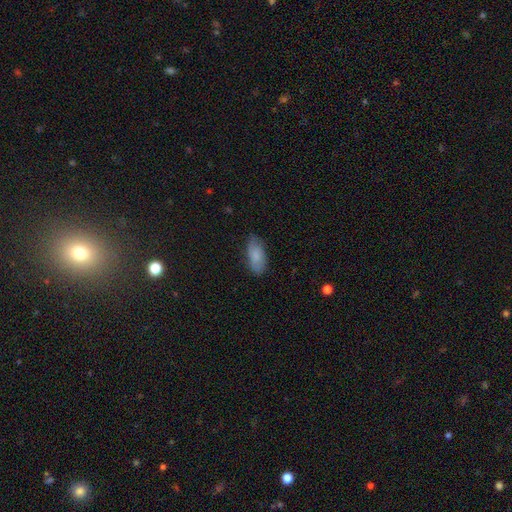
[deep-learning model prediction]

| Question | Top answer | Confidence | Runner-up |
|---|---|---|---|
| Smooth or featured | smooth | 83% | featured or disk (11%) |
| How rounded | in between | 88% | cigar-shaped (10%) |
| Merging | none | 78% | minor disturbance (17%) |